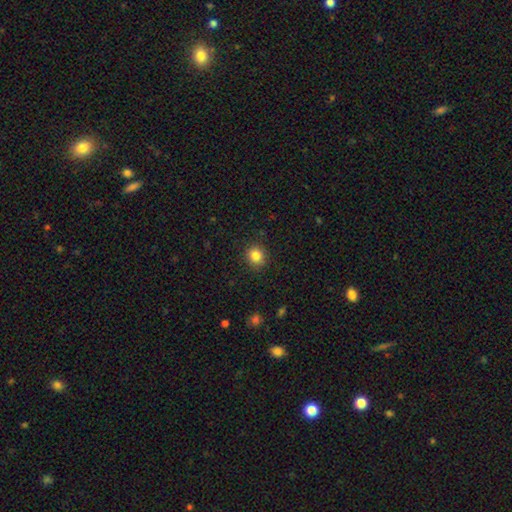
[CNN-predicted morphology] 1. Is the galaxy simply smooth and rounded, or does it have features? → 83% smooth, 11% star or artifact, 5% featured or disk.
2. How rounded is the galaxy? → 83% round, 16% in between, 1% cigar-shaped.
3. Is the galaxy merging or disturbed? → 90% none, 7% minor disturbance, 2% major disturbance, 1% merger.